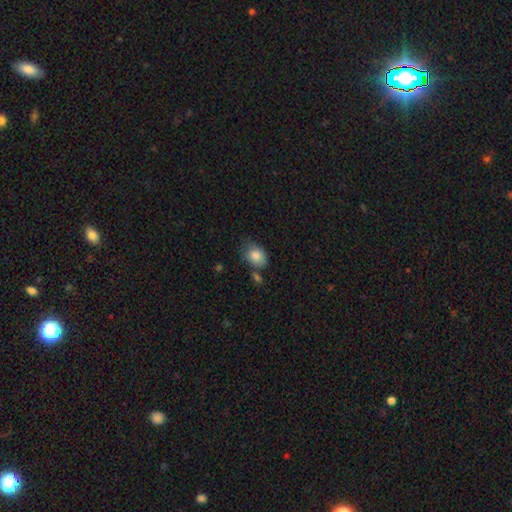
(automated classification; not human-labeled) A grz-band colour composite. It shows a smooth galaxy with no disk features (84%) that is in between round and cigar-shaped (71%). Merging: none (53%).